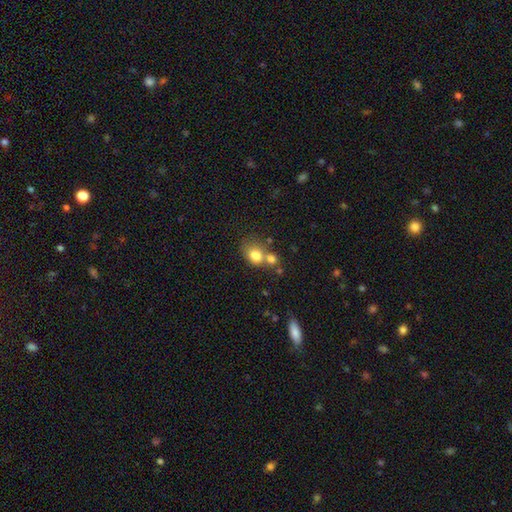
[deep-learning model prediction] smooth 79%, featured or disk 11%, star or artifact 10%. Down the decision tree: how rounded — round (57%); merging — merger (44%).